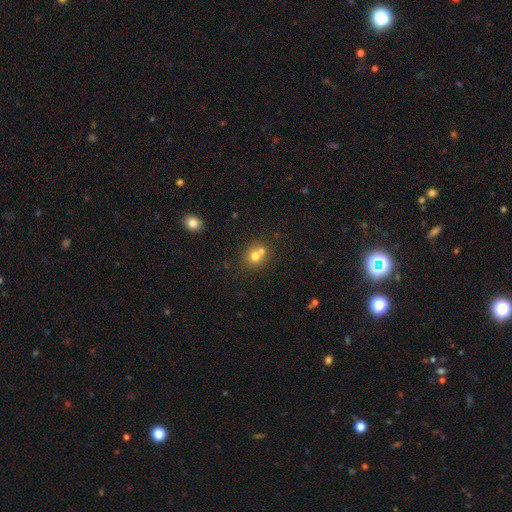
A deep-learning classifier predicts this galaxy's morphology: smooth_or_featured: smooth (p=0.72) [alt: featured or disk p=0.15]
how_rounded: round (p=0.78) [alt: in between p=0.21]
merging: merger (p=0.47) [alt: none p=0.43]